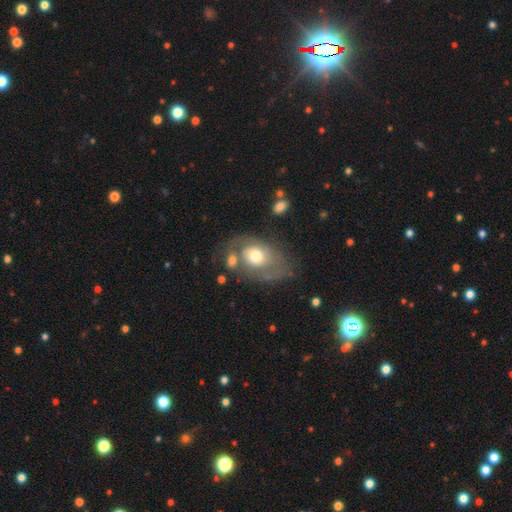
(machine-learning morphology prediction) Smooth or featured: featured or disk — 56% (smooth — 37%)
Edge-on disk: no — 96% (yes — 4%)
Bar: no — 83% (weak — 14%)
Spiral arms: yes — 67% (no — 33%)
Bulge size: moderate — 62% (large — 24%)
Merging: none — 46% (minor disturbance — 22%)